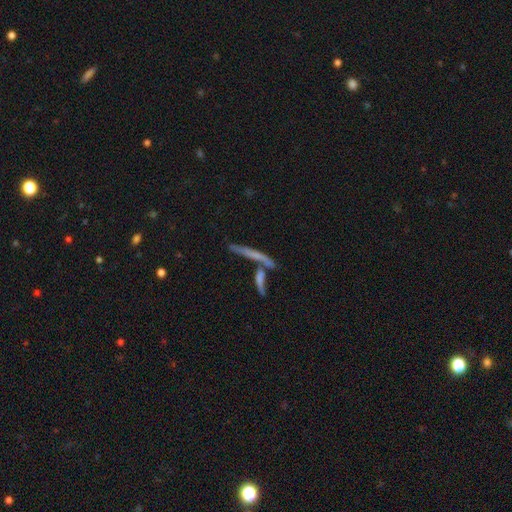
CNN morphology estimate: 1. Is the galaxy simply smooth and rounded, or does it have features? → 51% featured or disk, 38% smooth, 12% star or artifact.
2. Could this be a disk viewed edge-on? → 87% yes, 13% no.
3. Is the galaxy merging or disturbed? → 55% none, 31% merger, 10% minor disturbance, 5% major disturbance.